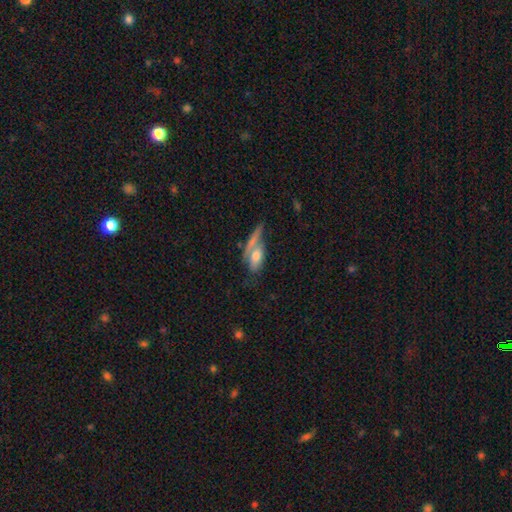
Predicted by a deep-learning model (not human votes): The model was most divided on "merging": merger: 37%, none: 35%, minor disturbance: 16%, major disturbance: 12%. More confident: how rounded — in between (70%); smooth or featured — smooth (63%).